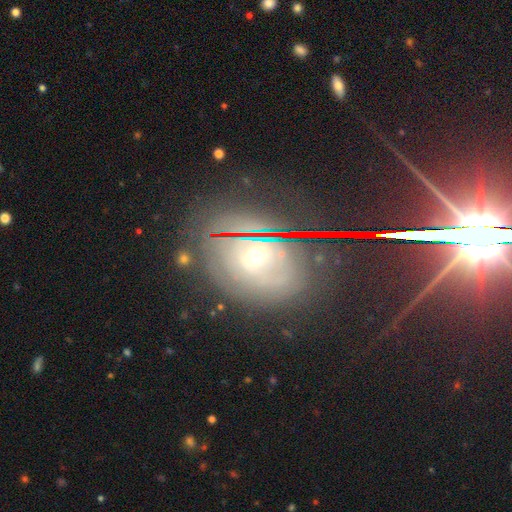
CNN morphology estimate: Smooth or featured?
  - featured or disk: 60% *
  - star or artifact: 24%
  - smooth: 16%
Edge-on disk?
  - no: 91% *
  - yes: 9%
Bar?
  - no: 65% *
  - weak: 26%
  - strong: 10%
Spiral arms?
  - yes: 73% *
  - no: 27%
Bulge size?
  - small: 50% *
  - moderate: 45%
  - large: 3%
  - dominant: 1%
  - none: 1%
Merging?
  - none: 73% *
  - minor disturbance: 16%
  - major disturbance: 9%
  - merger: 2%